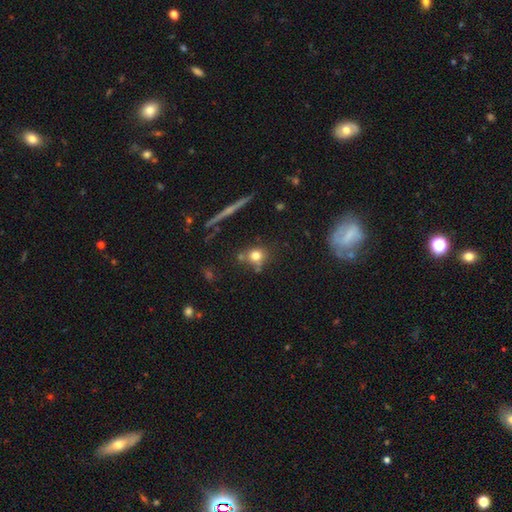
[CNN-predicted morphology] This appears to be a smooth galaxy with no disk features (73%) that is round (82%). Merging: none (69%).